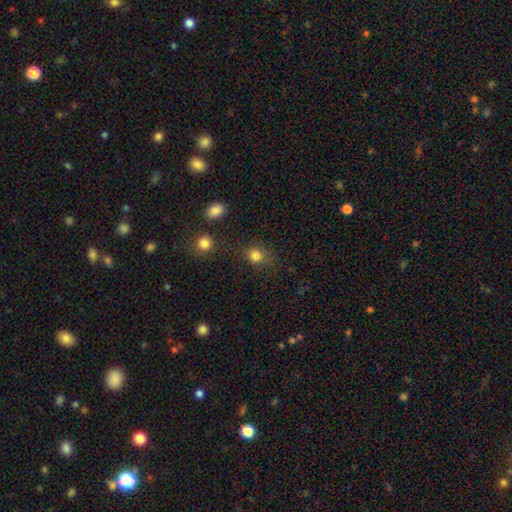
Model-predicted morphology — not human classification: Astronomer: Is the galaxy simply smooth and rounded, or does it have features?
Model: smooth — 81%.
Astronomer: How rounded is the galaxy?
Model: round — 80%.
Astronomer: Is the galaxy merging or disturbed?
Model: none — 70%.